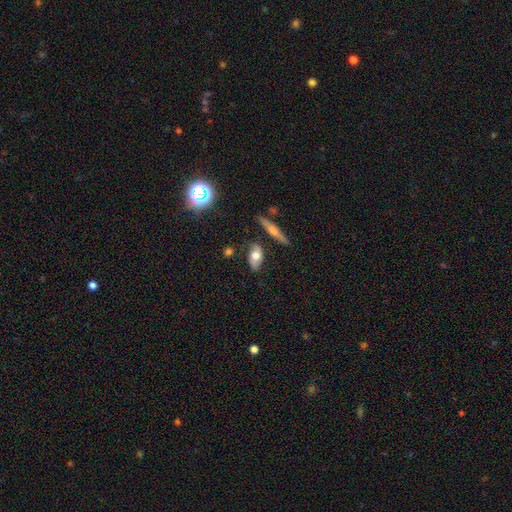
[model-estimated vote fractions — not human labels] smooth 57%, featured or disk 35%, star or artifact 8%. Down the decision tree: how rounded — in between (84%); merging — none (68%).